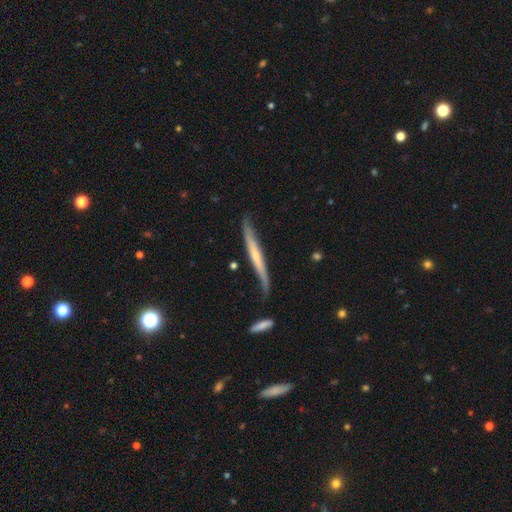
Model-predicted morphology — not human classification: This is possibly a featured or disk galaxy (58%). It is clearly viewed edge-on (88%). Edge-on bulge: likely none (62%). Merging: likely none (63%).